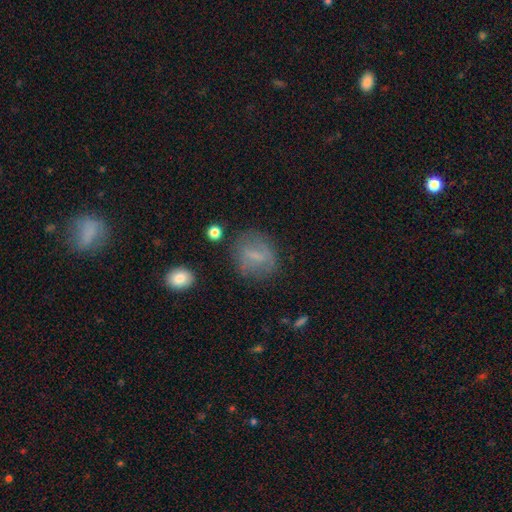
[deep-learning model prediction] Overall: smooth (53%; featured or disk 35%). How rounded: round (58%; in between 39%). Merging: none (70%).